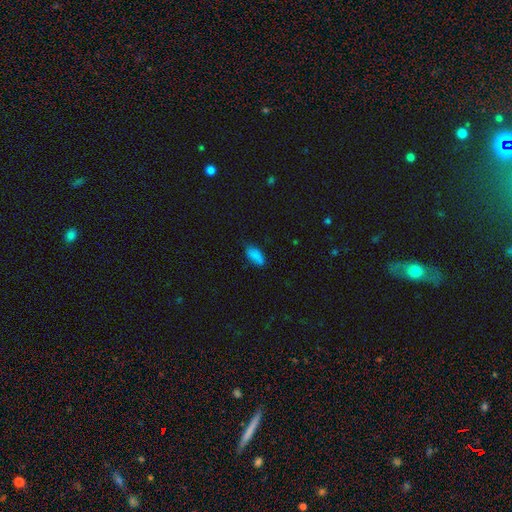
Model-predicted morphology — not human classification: Overall: smooth (85%). How rounded: in between (84%). Merging: none (68%).